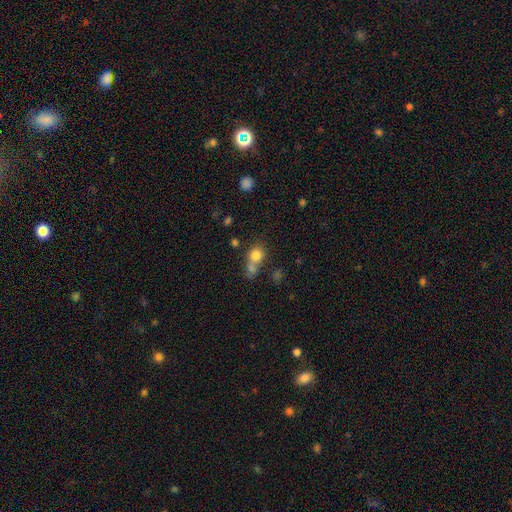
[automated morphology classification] Q: Smooth or featured?
A: smooth (78%); runner-up: star or artifact (12%)
Q: How rounded?
A: round (72%); runner-up: in between (27%)
Q: Merging?
A: merger (49%); runner-up: none (36%)